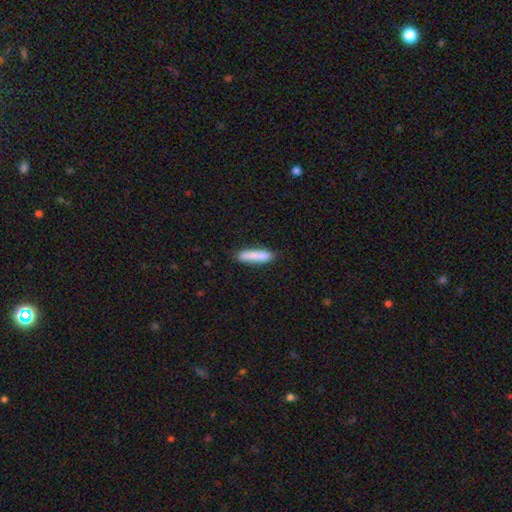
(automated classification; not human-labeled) Smooth or featured?
  - smooth: 84% *
  - featured or disk: 10%
  - star or artifact: 6%
How rounded?
  - cigar-shaped: 80% *
  - in between: 18%
  - round: 2%
Merging?
  - none: 82% *
  - minor disturbance: 13%
  - major disturbance: 2%
  - merger: 2%